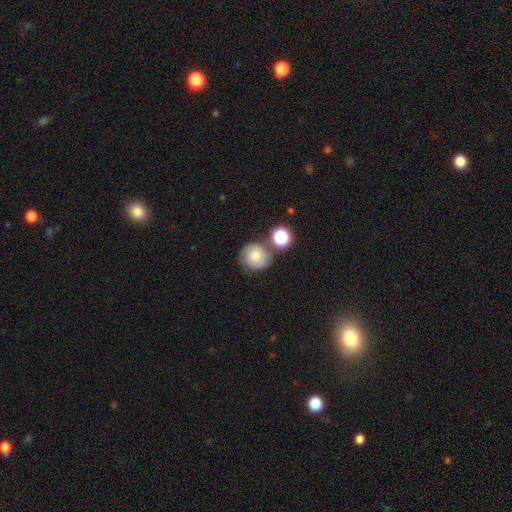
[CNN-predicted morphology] A smooth galaxy with no disk features (71%) that is round (90%).

Vote fractions:
- Smooth or featured? smooth: 71% / featured or disk: 18% / star or artifact: 11%
- How rounded? round: 90% / in between: 9% / cigar-shaped: 1%
- Merging? none: 63% / merger: 17% / minor disturbance: 15% / major disturbance: 5%